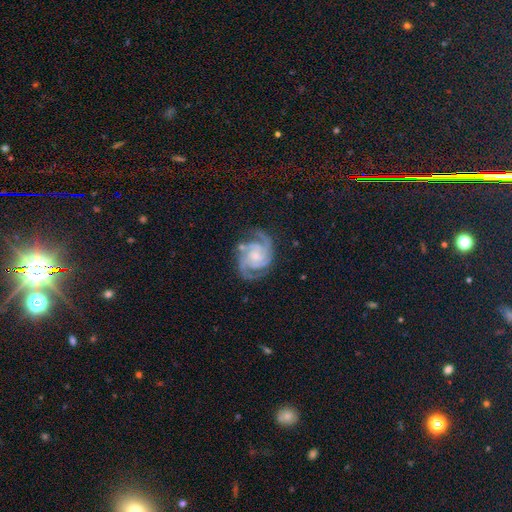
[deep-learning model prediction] Smooth or featured? Predicted: featured or disk (p=0.92). Edge-on disk? Predicted: no (p=0.98). Bar? Predicted: no (p=0.68). Spiral arms? Predicted: yes (p=0.99). Spiral winding? Predicted: tight (p=0.60). Spiral arm count? Predicted: 3 (p=0.48). Bulge size? Predicted: small (p=0.67). Merging? Predicted: none (p=0.73).